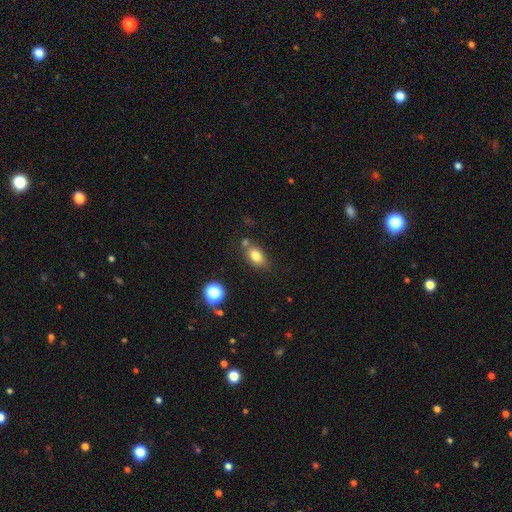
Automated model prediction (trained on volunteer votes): This appears to be a smooth galaxy with no disk features (79%) that is in between round and cigar-shaped (81%). Merging: none (68%).